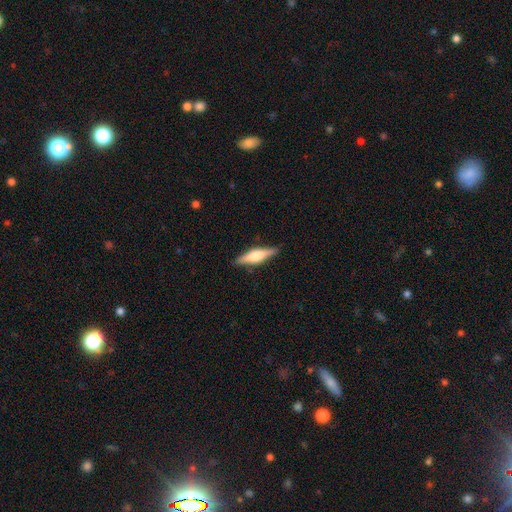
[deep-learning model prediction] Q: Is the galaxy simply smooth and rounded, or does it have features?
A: featured or disk — 52%.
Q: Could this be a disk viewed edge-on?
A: yes — 96%.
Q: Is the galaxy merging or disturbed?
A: none — 88%.